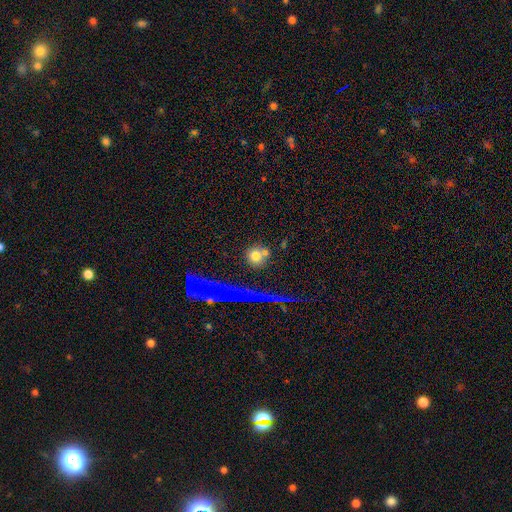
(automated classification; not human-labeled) Smooth or featured? smooth (71%)
How rounded? round (91%)
Merging? none (65%)